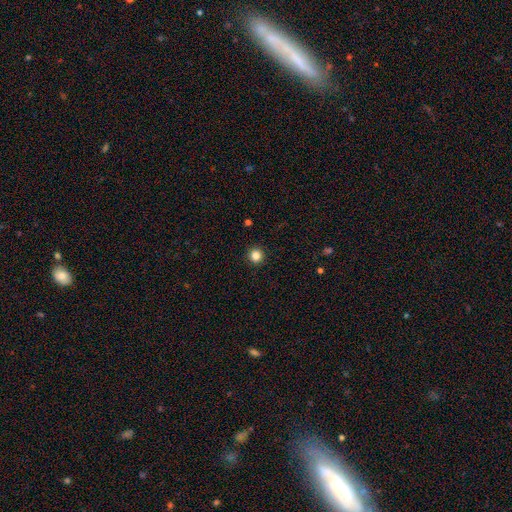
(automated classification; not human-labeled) The model was most divided on "smooth or featured": smooth: 84%, star or artifact: 12%, featured or disk: 4%. More confident: how rounded — round (95%); merging — none (93%).